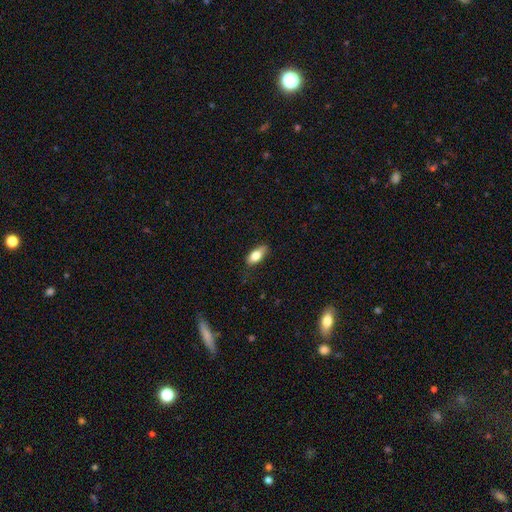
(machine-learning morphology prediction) Smooth or featured? smooth (78%)
How rounded? in between (82%)
Merging? none (76%)